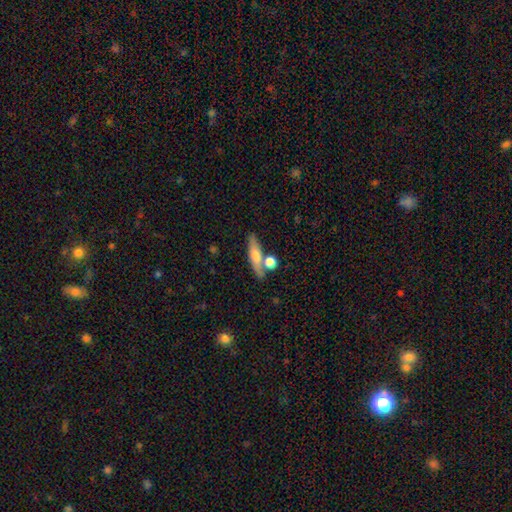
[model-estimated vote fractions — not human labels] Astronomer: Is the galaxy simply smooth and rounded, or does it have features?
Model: smooth — 52% (runner-up: featured or disk, 40%).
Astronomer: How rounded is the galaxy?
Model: cigar-shaped — 72%.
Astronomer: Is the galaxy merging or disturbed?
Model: none — 69%.